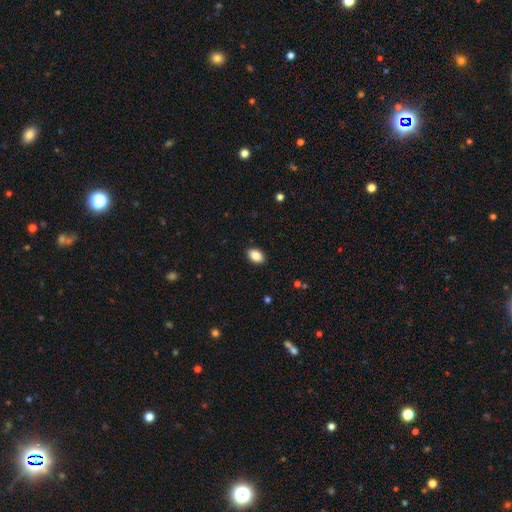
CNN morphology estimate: Q: Smooth or featured?
A: smooth (89%); runner-up: star or artifact (7%)
Q: How rounded?
A: in between (89%); runner-up: round (9%)
Q: Merging?
A: none (91%); runner-up: minor disturbance (7%)